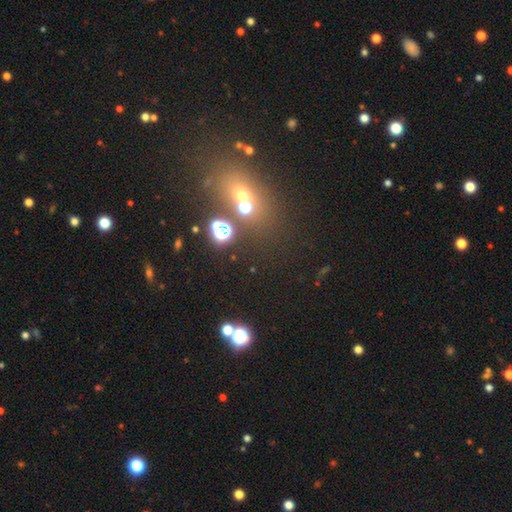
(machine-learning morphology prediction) This appears to be a star or artifact, not a galaxy (47%).